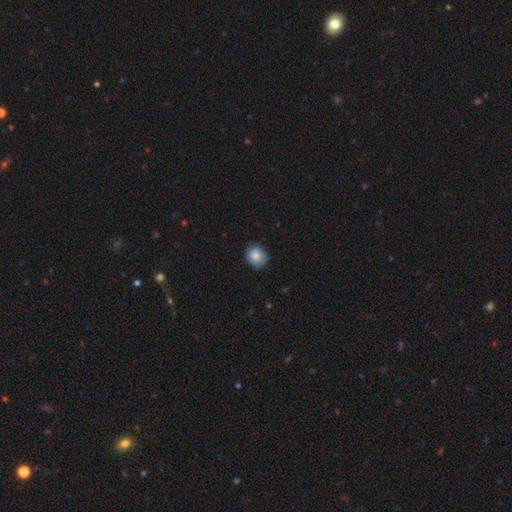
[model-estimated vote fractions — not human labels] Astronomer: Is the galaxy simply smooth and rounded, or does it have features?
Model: smooth — 83%.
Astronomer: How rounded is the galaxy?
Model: round — 76%.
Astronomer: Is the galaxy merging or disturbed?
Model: none — 78%.